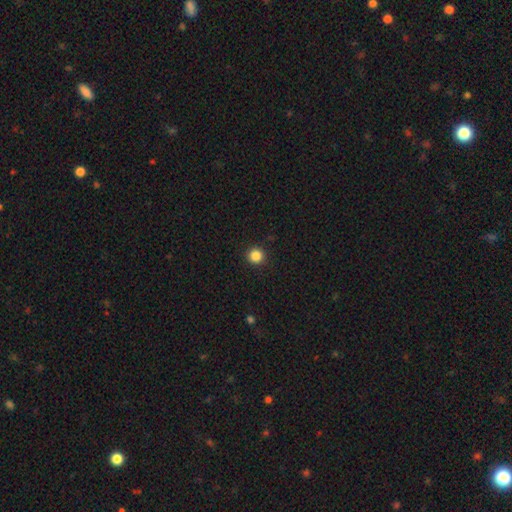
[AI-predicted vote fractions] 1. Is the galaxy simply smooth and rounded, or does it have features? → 86% smooth, 11% star or artifact, 3% featured or disk.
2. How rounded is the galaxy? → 95% round, 4% in between, 1% cigar-shaped.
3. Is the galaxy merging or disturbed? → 93% none, 5% minor disturbance, 2% major disturbance, 1% merger.